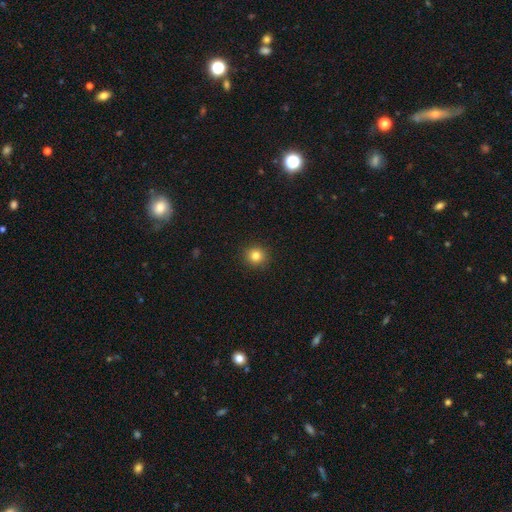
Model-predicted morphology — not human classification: A smooth galaxy with no disk features (83%) that is round (93%).

Vote fractions:
- Smooth or featured? smooth: 83% / star or artifact: 12% / featured or disk: 6%
- How rounded? round: 93% / in between: 6% / cigar-shaped: 1%
- Merging? none: 93% / minor disturbance: 5% / major disturbance: 2% / merger: 1%